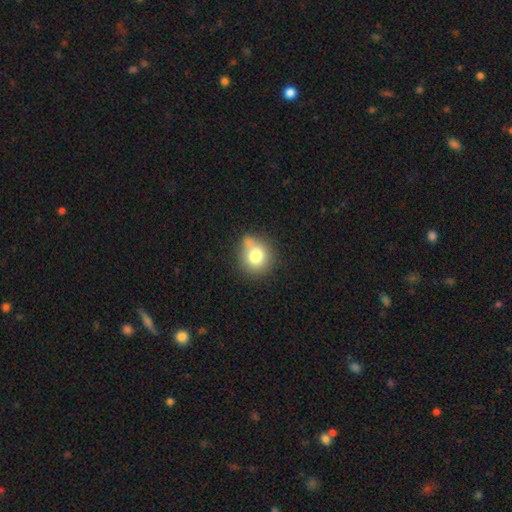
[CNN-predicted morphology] smooth 76%, featured or disk 13%, star or artifact 11%. Down the decision tree: how rounded — round (81%); merging — none (57%).